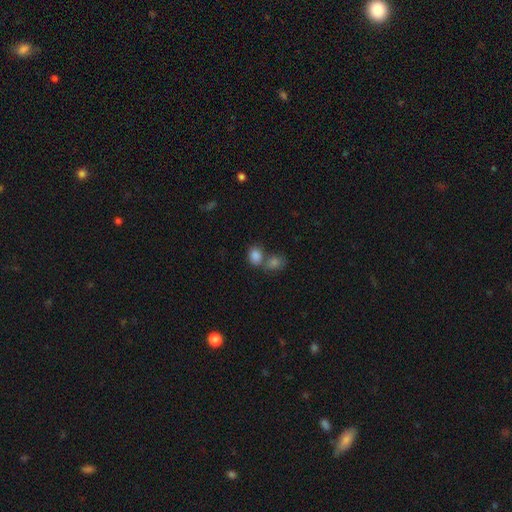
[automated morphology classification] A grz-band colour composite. It shows a smooth galaxy with no disk features (84%) that is in between round and cigar-shaped (53%). Merging: merger (46%).